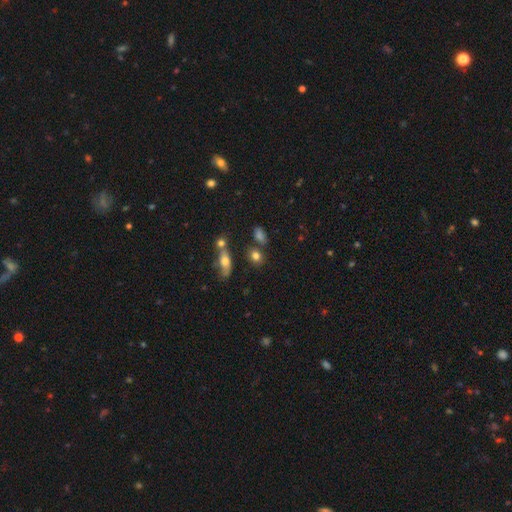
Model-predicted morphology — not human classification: This appears to be a smooth galaxy with no disk features (77%) that is in between round and cigar-shaped (57%). Merging: none (65%).